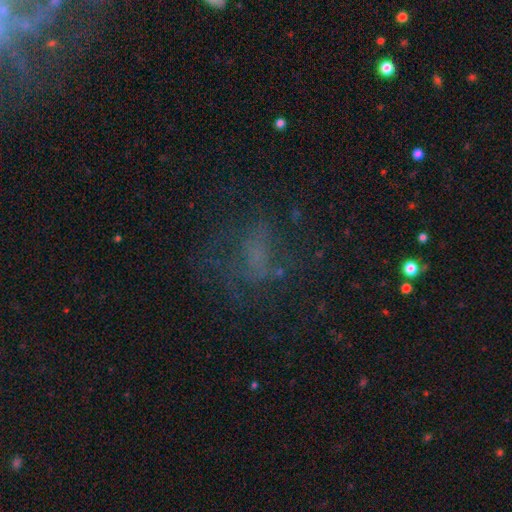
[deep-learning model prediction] Smooth or featured? featured or disk (39%)
Merging? none (53%)